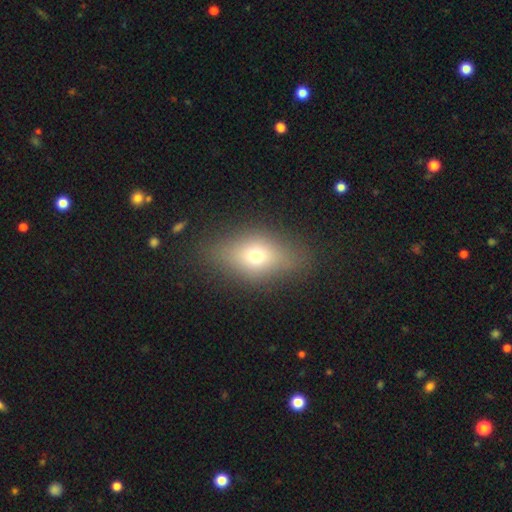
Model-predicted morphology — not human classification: The model was most divided on "smooth or featured": smooth: 65%, featured or disk: 22%, star or artifact: 13%. More confident: merging — none (79%); how rounded — in between (75%).